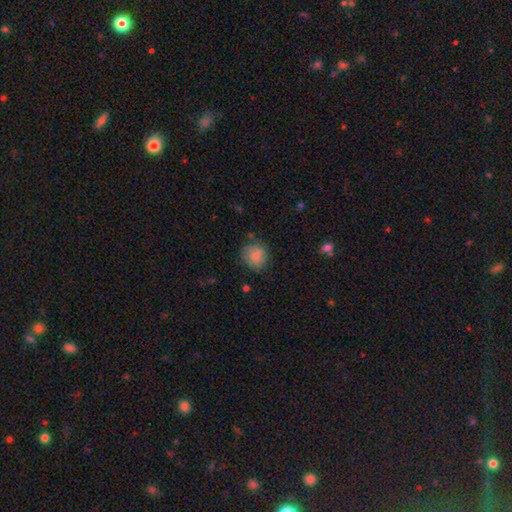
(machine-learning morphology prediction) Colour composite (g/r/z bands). It shows a smooth galaxy with no disk features (83%) that is round (83%). Merging: none (75%).